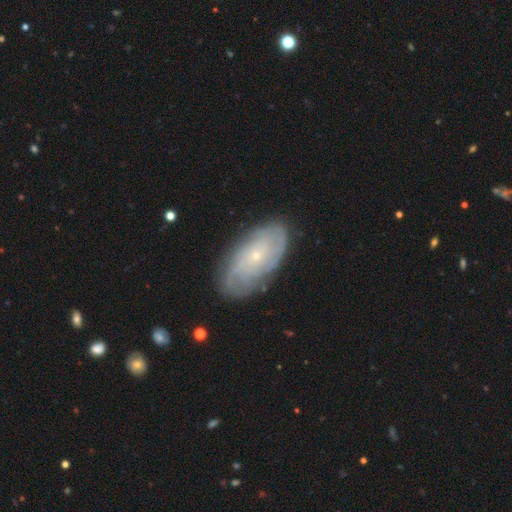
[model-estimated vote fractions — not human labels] A featured or disk galaxy (68%) with no bar (83%), tight (69%) spiral arms (82%) and a small central bulge (85%). Merging: none (80%).